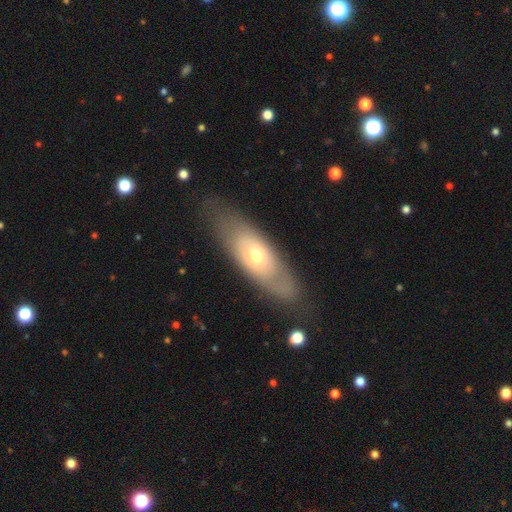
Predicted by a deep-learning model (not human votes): Overall: featured or disk (49%; smooth 45%). Merging: none (74%).